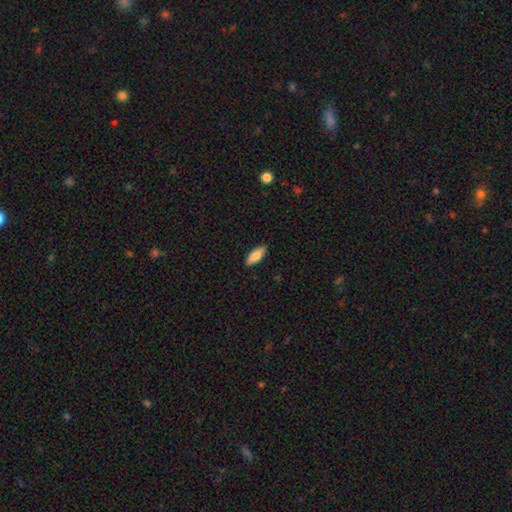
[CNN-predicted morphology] Smooth or featured? smooth (80%)
How rounded? in between (76%)
Merging? none (89%)